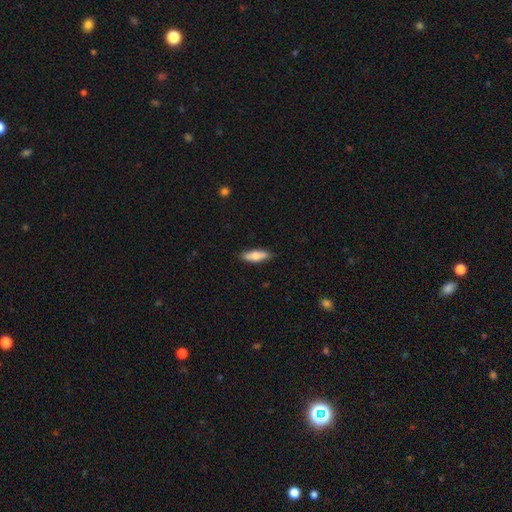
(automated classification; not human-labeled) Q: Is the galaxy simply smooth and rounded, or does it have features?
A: smooth — 74%.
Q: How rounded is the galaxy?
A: in between — 54%.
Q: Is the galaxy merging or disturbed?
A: none — 87%.